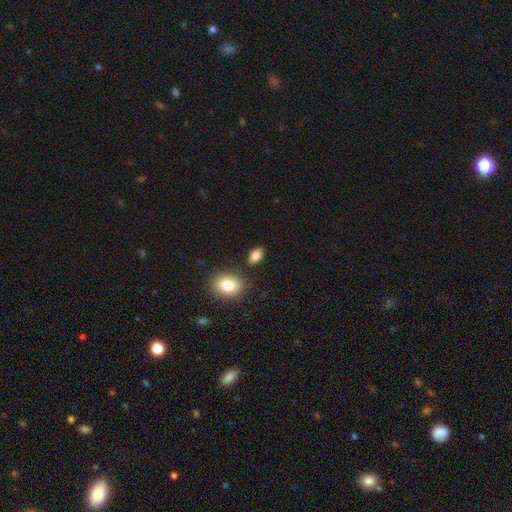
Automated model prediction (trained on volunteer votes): Smooth or featured?
  - smooth: 85% *
  - star or artifact: 9%
  - featured or disk: 7%
How rounded?
  - in between: 88% *
  - round: 9%
  - cigar-shaped: 3%
Merging?
  - none: 81% *
  - minor disturbance: 11%
  - merger: 5%
  - major disturbance: 3%